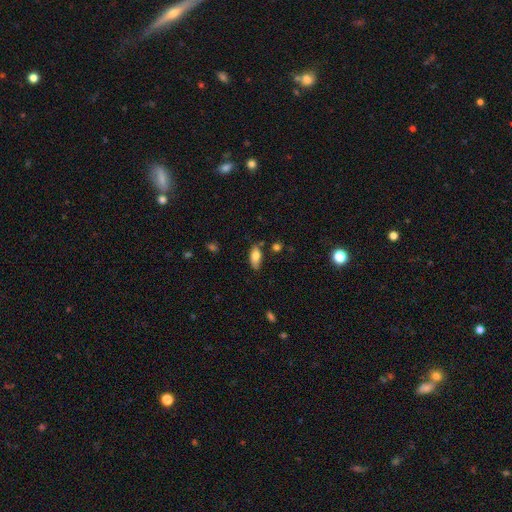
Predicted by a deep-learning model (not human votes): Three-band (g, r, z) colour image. It shows a smooth galaxy with no disk features (76%) that is in between round and cigar-shaped (85%). Merging: none (69%).